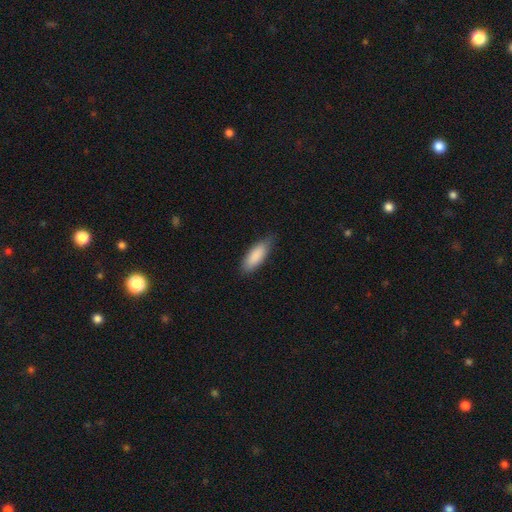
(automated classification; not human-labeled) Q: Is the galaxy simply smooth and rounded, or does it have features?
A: smooth — 88%.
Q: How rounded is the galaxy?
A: in between — 71%.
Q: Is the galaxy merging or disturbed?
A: none — 75%.